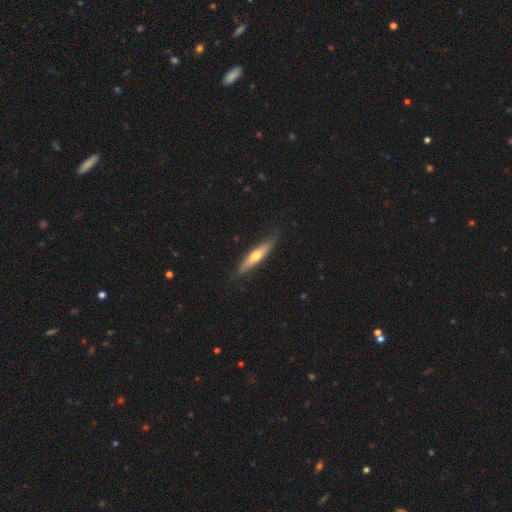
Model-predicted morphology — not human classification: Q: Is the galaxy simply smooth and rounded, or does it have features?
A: smooth — 52%.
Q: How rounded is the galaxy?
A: cigar-shaped — 83%.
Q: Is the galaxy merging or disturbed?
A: none — 80%.